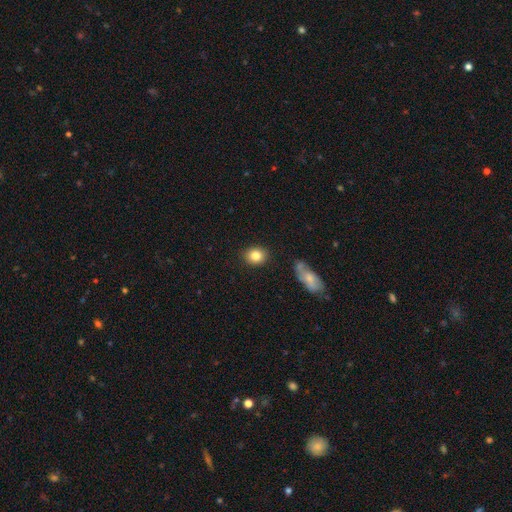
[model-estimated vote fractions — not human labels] Smooth or featured? smooth (83%)
How rounded? round (65%)
Merging? none (86%)